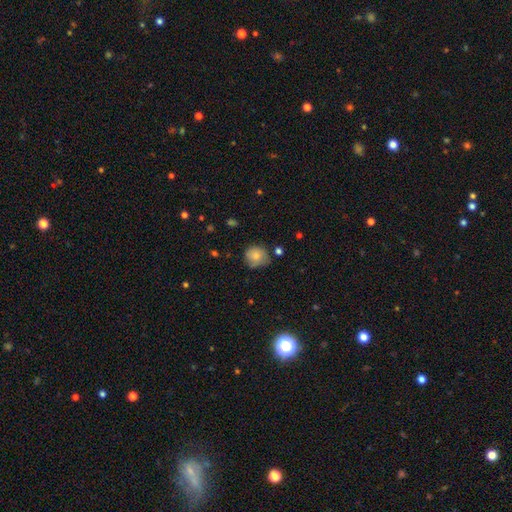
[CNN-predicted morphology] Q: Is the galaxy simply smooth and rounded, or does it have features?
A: smooth — 73%.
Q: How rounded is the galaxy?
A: round — 81%.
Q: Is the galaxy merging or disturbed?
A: none — 61%.